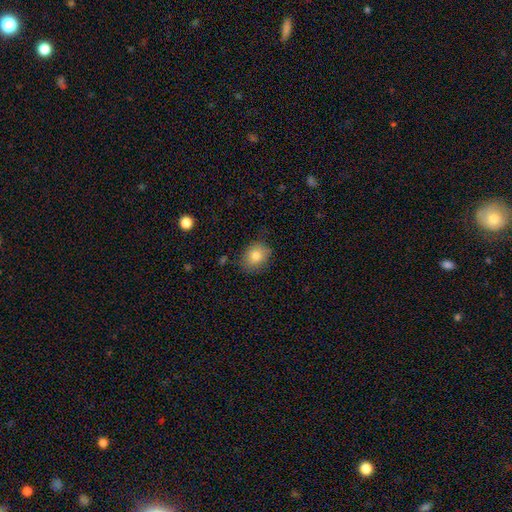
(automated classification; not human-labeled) A smooth galaxy with no disk features (83%) that is in between round and cigar-shaped (50%). Merging: none (76%).